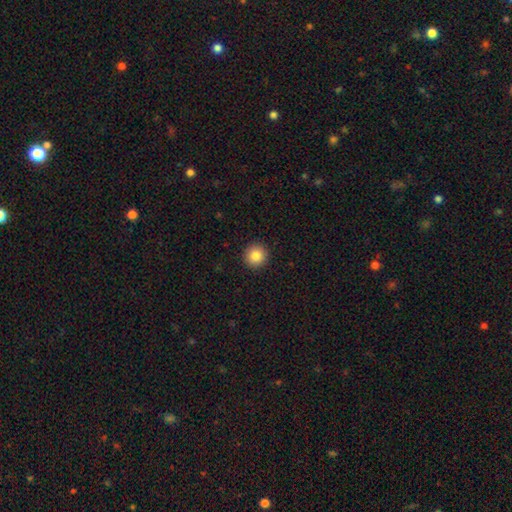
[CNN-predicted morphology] Smooth or featured: smooth — 85% (star or artifact — 10%)
How rounded: round — 95% (in between — 4%)
Merging: none — 93% (minor disturbance — 4%)